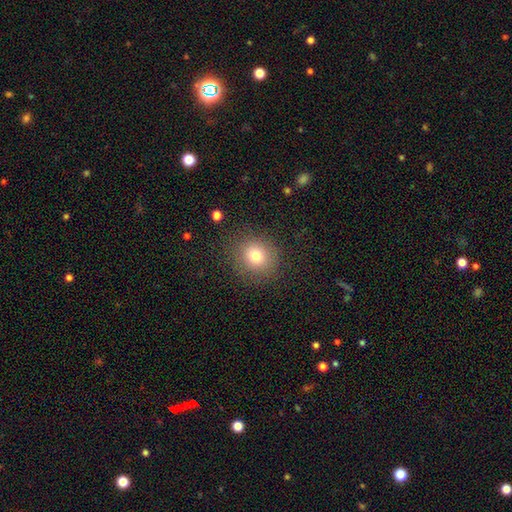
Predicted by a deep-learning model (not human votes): Smooth or featured: smooth — 76% (star or artifact — 14%)
How rounded: round — 84% (in between — 15%)
Merging: none — 86% (minor disturbance — 9%)